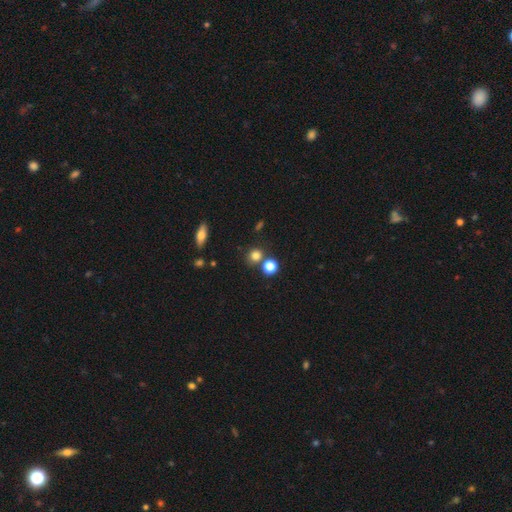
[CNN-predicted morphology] Q: Smooth or featured?
A: smooth (79%); runner-up: star or artifact (15%)
Q: How rounded?
A: round (85%); runner-up: in between (14%)
Q: Merging?
A: none (70%); runner-up: merger (17%)